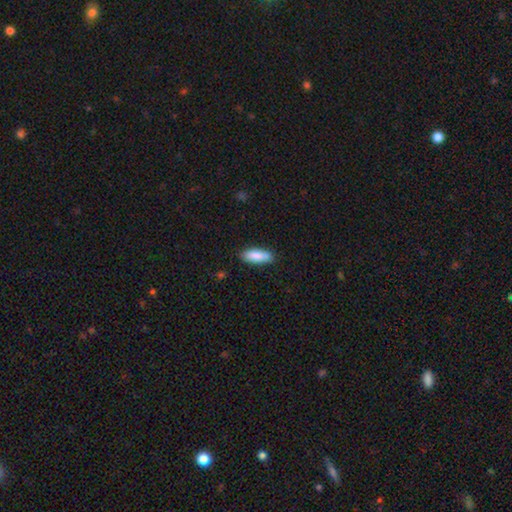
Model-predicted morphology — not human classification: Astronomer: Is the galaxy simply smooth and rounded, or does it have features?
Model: smooth — 86%.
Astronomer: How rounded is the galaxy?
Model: in between — 65%.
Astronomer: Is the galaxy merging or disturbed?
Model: none — 85%.